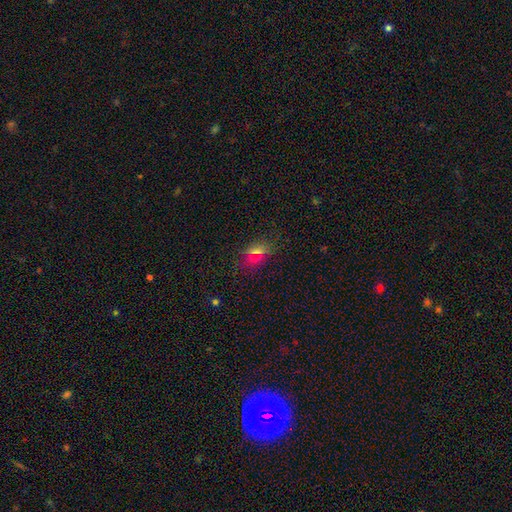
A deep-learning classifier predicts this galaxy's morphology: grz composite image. It shows a smooth galaxy with no disk features (62%) that is in between round and cigar-shaped (74%). Merging: none (82%).